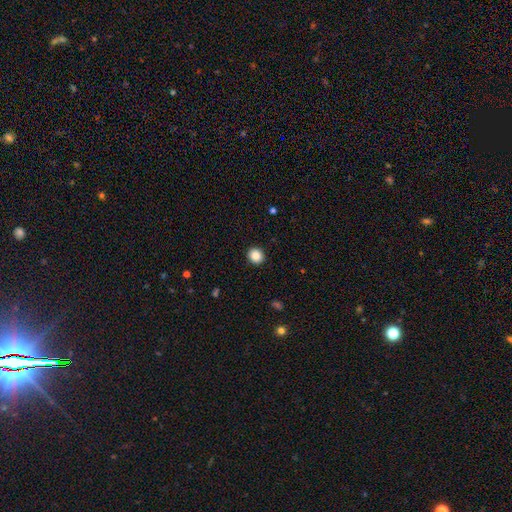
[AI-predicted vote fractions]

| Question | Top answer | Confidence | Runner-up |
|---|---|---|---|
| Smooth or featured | smooth | 87% | star or artifact (10%) |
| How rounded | round | 86% | in between (13%) |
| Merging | none | 93% | minor disturbance (5%) |